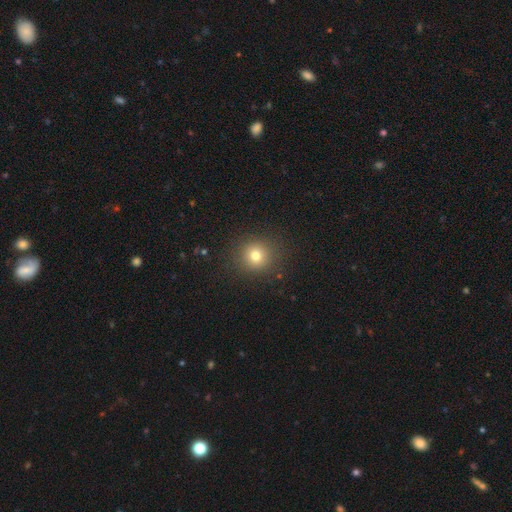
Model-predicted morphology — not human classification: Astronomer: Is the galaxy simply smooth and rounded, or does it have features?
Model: smooth — 77%.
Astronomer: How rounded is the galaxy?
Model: round — 91%.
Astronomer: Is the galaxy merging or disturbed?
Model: none — 88%.